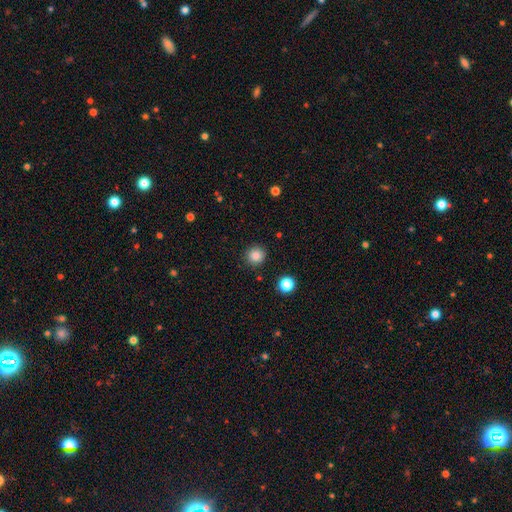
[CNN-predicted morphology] Smooth or featured: smooth — 85% (star or artifact — 11%)
How rounded: round — 94% (in between — 5%)
Merging: none — 90% (minor disturbance — 6%)